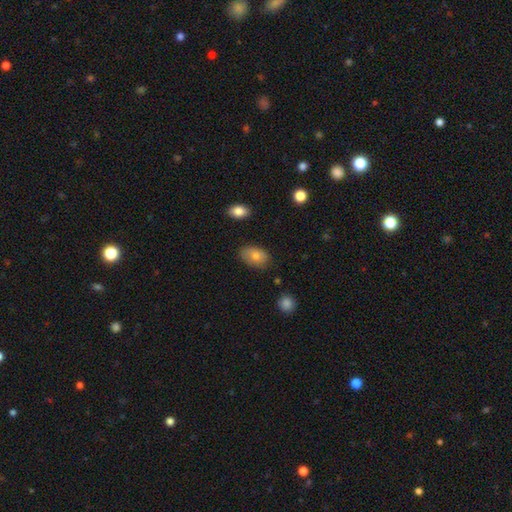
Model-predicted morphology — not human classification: Q: Smooth or featured?
A: smooth (77%); runner-up: featured or disk (15%)
Q: How rounded?
A: in between (88%); runner-up: round (11%)
Q: Merging?
A: none (78%); runner-up: minor disturbance (17%)